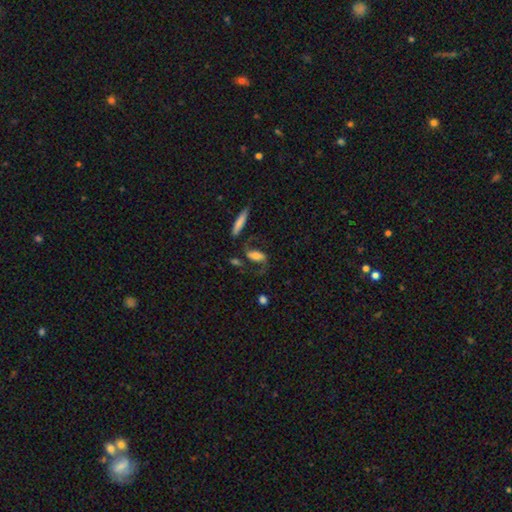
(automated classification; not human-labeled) This is likely a featured or disk galaxy (66%). It is clearly not viewed edge-on (89%). Bar: marginally no (41%). Spiral arm pattern: clearly yes (91%). Spiral arm count: clearly 2 (89%). Spiral winding: possibly loose (59%). Central bulge: marginally moderate (41%). Merging: possibly none (59%).